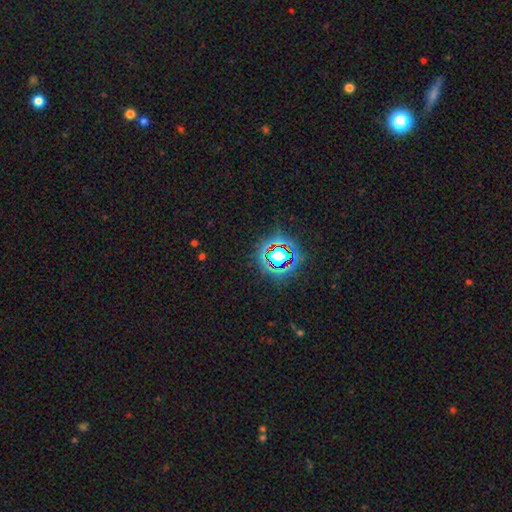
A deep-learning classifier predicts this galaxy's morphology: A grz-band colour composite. It shows a star or artifact, not a galaxy (80%).